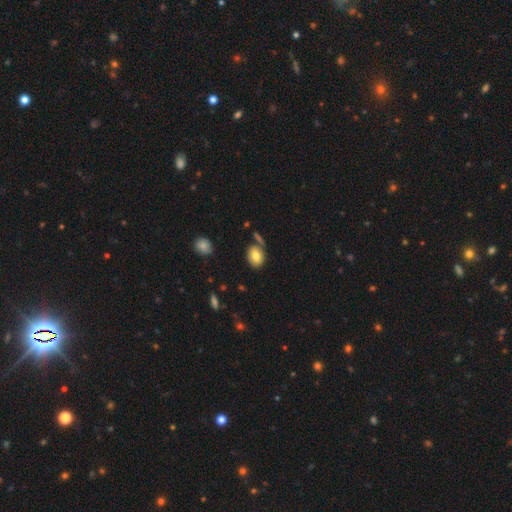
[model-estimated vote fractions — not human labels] smooth-or-featured: smooth: 76% | featured or disk: 15% | star or artifact: 8%
  how-rounded: in between: 66% | round: 32% | cigar-shaped: 1%
  merging: none: 66% | minor disturbance: 16% | merger: 13% | major disturbance: 5%